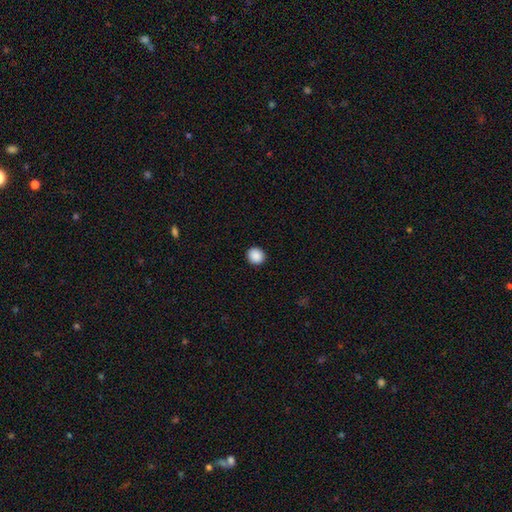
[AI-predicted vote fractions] Smooth or featured? Predicted: smooth (p=0.89). How rounded? Predicted: round (p=0.89). Merging? Predicted: none (p=0.93).